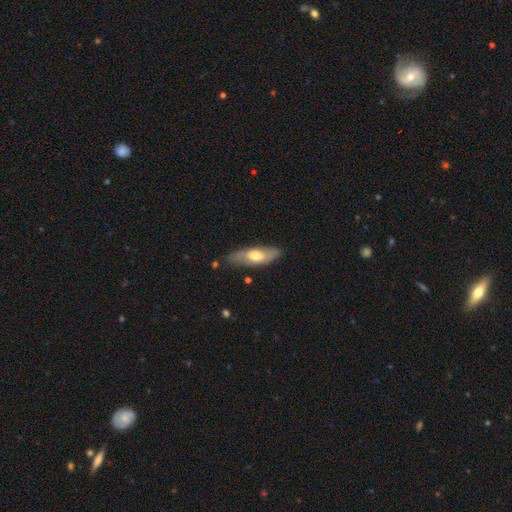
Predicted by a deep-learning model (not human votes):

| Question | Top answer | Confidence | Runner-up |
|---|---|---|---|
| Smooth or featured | smooth | 58% | featured or disk (37%) |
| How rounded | in between | 60% | cigar-shaped (38%) |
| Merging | none | 76% | minor disturbance (18%) |